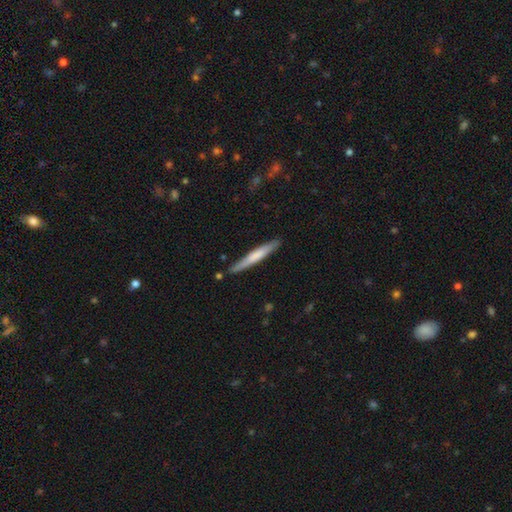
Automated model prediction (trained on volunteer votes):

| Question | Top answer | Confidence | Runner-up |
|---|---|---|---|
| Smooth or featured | smooth | 63% | featured or disk (32%) |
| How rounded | cigar-shaped | 95% | in between (4%) |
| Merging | none | 86% | minor disturbance (10%) |